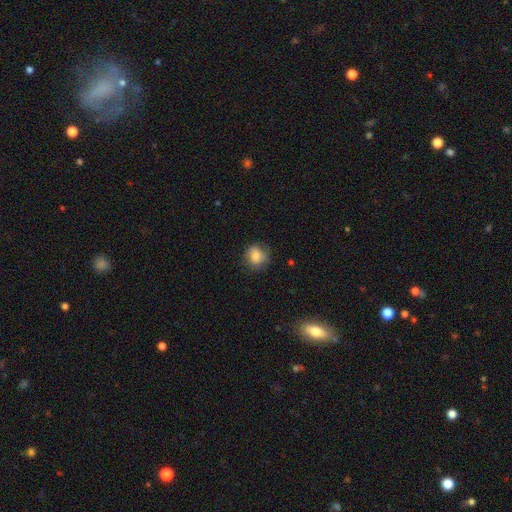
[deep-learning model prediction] smooth_or_featured: smooth (p=0.77) [alt: featured or disk p=0.14]
how_rounded: round (p=0.74) [alt: in between p=0.24]
merging: none (p=0.75) [alt: minor disturbance p=0.18]